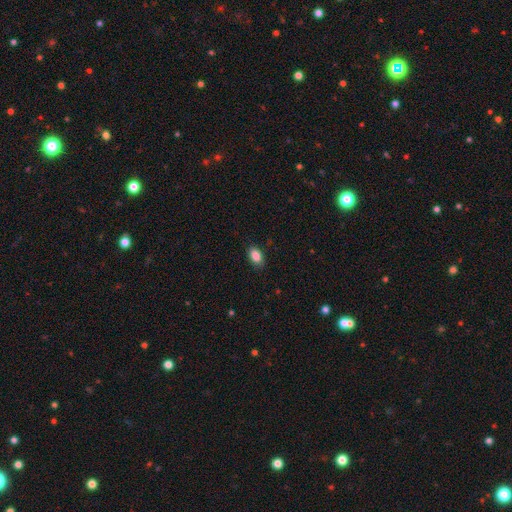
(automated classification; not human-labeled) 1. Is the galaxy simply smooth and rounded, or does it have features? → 87% smooth, 8% star or artifact, 5% featured or disk.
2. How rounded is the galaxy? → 90% in between, 8% round, 2% cigar-shaped.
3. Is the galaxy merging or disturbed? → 86% none, 11% minor disturbance, 2% major disturbance, 1% merger.